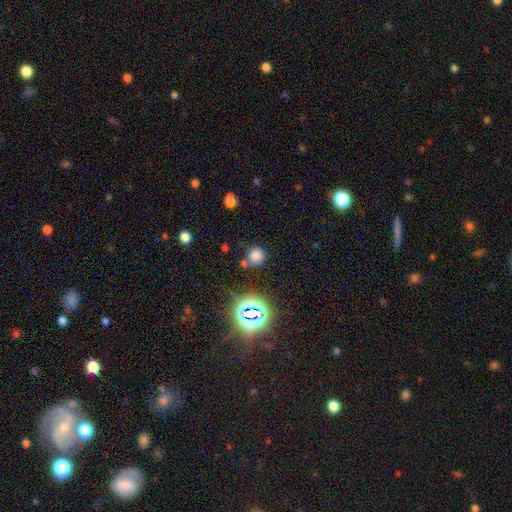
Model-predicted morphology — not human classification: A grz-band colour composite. It shows a smooth galaxy with no disk features (72%) that is round (86%). Merging: none (74%).